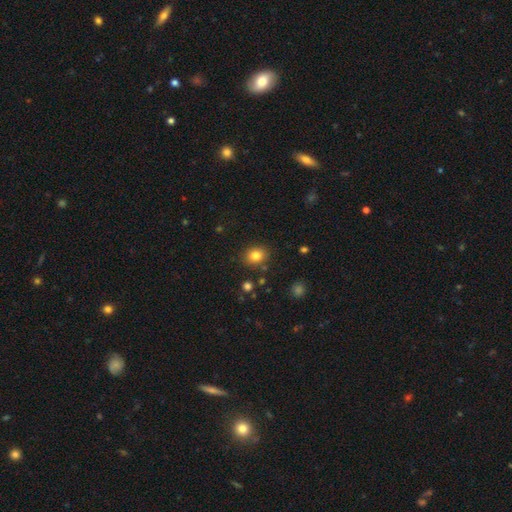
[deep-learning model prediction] Smooth or featured? smooth (82%)
How rounded? round (63%)
Merging? none (85%)